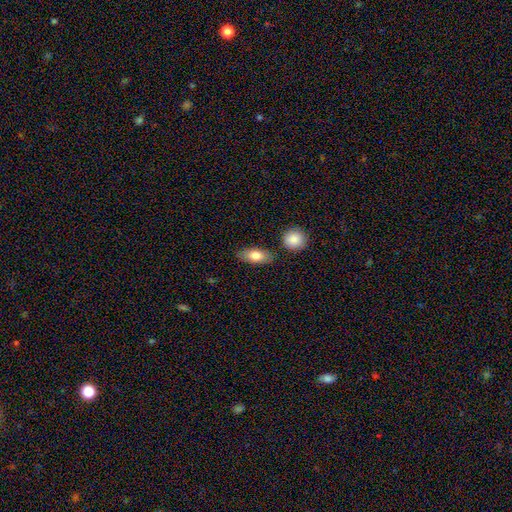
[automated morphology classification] smooth-or-featured: smooth: 79% | featured or disk: 15% | star or artifact: 6%
  how-rounded: in between: 85% | cigar-shaped: 11% | round: 5%
  merging: none: 80% | minor disturbance: 11% | merger: 6% | major disturbance: 3%